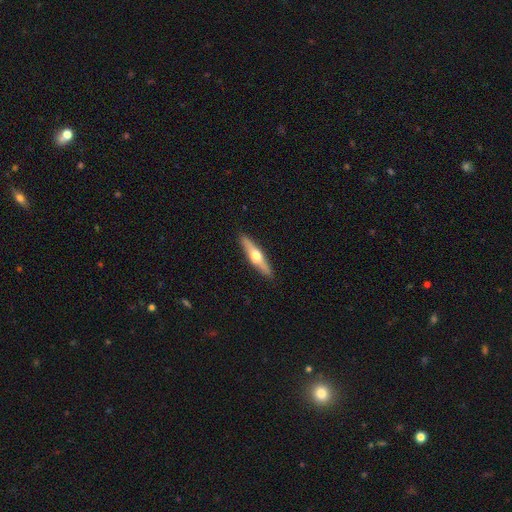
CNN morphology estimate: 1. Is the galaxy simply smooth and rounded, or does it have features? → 60% featured or disk, 35% smooth, 5% star or artifact.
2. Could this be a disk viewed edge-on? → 94% yes, 6% no.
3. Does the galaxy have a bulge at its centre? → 95% rounded, 2% none, 2% boxy.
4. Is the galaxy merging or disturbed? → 91% none, 7% minor disturbance, 2% major disturbance, 1% merger.